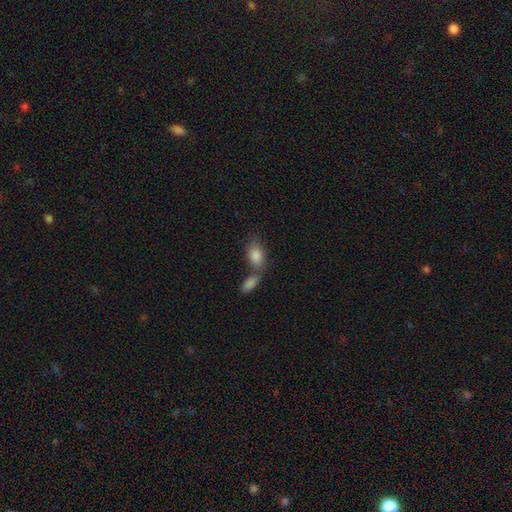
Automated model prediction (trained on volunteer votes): smooth-or-featured: smooth: 85% | featured or disk: 8% | star or artifact: 7%
  how-rounded: in between: 87% | round: 11% | cigar-shaped: 3%
  merging: merger: 44% | none: 40% | minor disturbance: 11% | major disturbance: 5%